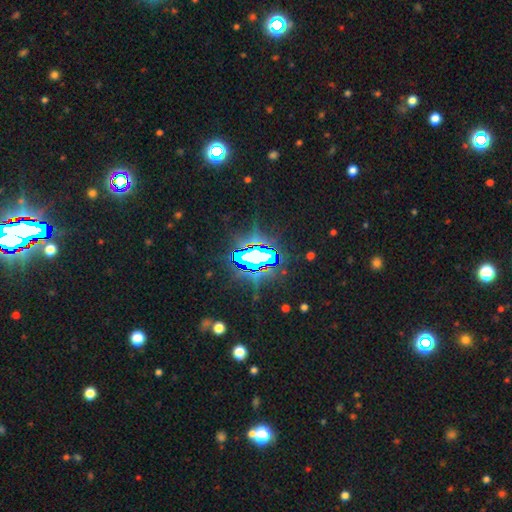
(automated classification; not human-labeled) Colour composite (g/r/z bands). It shows a star or artifact, not a galaxy (77%).